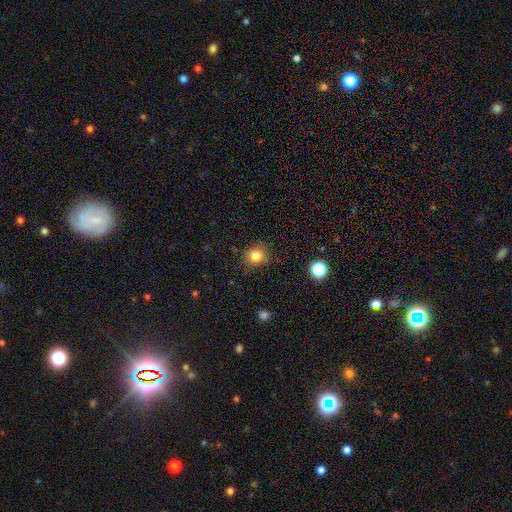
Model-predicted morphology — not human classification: This appears to be a smooth galaxy with no disk features (82%) that is round (83%). Merging: none (82%).